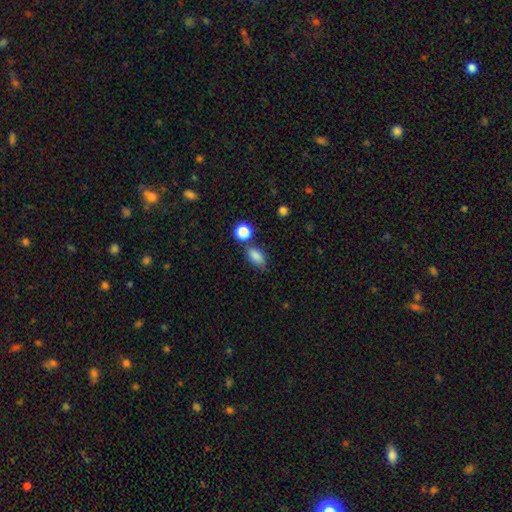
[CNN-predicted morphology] smooth-or-featured: smooth: 84% | star or artifact: 10% | featured or disk: 6%
  how-rounded: in between: 85% | round: 12% | cigar-shaped: 4%
  merging: none: 62% | minor disturbance: 20% | merger: 13% | major disturbance: 5%